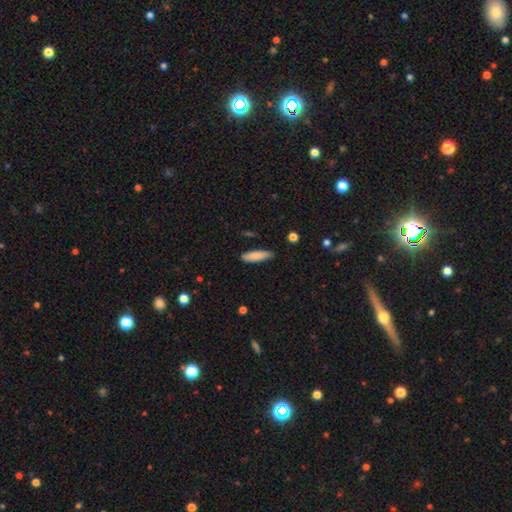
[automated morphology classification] Smooth or featured?
  - smooth: 84% *
  - featured or disk: 9%
  - star or artifact: 6%
How rounded?
  - cigar-shaped: 60% *
  - in between: 38%
  - round: 2%
Merging?
  - none: 85% *
  - minor disturbance: 12%
  - major disturbance: 2%
  - merger: 1%